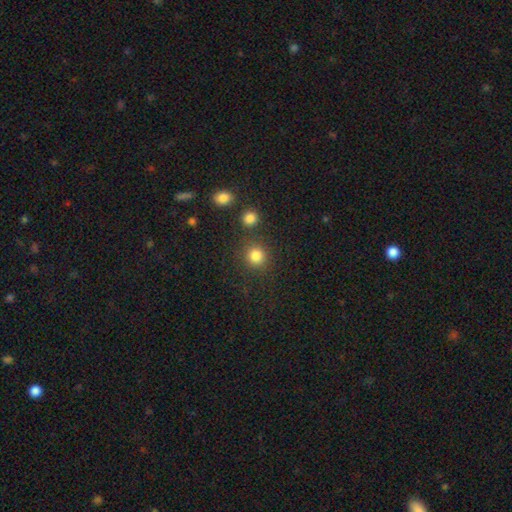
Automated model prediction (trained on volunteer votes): A smooth galaxy with no disk features (83%) that is round (89%).

Vote fractions:
- Smooth or featured? smooth: 83% / star or artifact: 13% / featured or disk: 5%
- How rounded? round: 89% / in between: 10% / cigar-shaped: 1%
- Merging? none: 80% / minor disturbance: 8% / merger: 7% / major disturbance: 4%